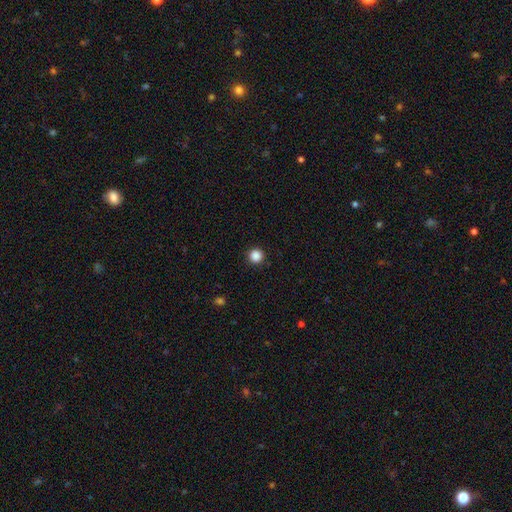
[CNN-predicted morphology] This appears to be a smooth galaxy with no disk features (87%) that is round (96%). Merging: none (93%).